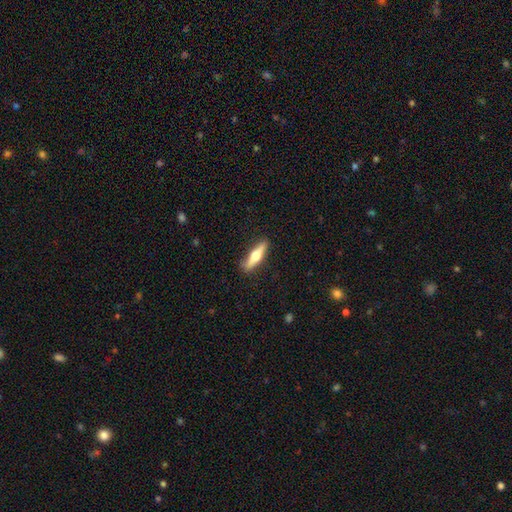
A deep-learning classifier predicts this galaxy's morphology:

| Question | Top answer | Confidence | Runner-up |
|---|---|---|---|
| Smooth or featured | featured or disk | 50% | smooth (45%) |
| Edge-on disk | yes | 94% | no (6%) |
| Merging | none | 89% | minor disturbance (8%) |